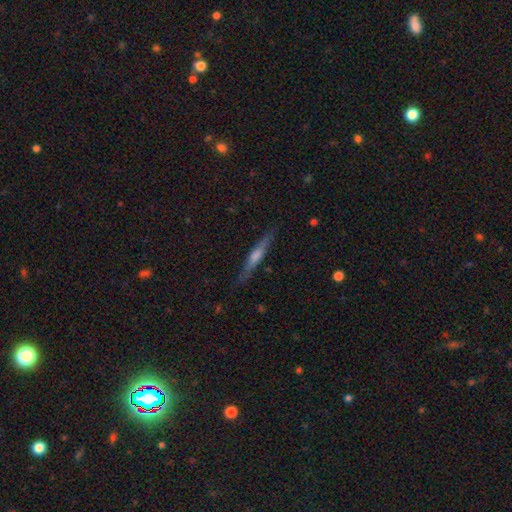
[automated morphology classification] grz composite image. It shows a featured or disk galaxy (69%) viewed edge-on (97%) with a rounded central bulge (81%). Merging: none (89%).